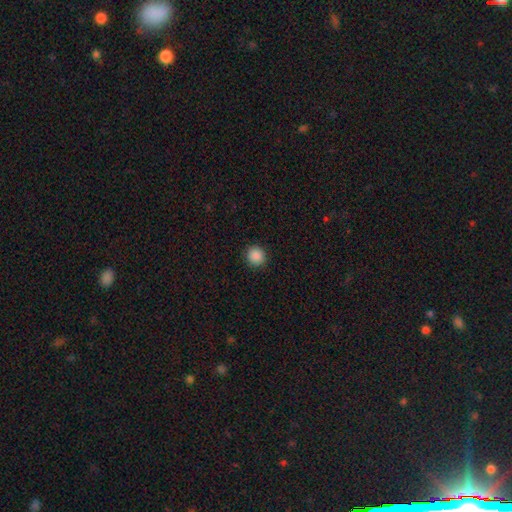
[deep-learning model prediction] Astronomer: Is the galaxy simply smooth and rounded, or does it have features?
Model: smooth — 88%.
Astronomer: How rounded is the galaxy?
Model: round — 92%.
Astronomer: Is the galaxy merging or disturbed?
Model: none — 92%.